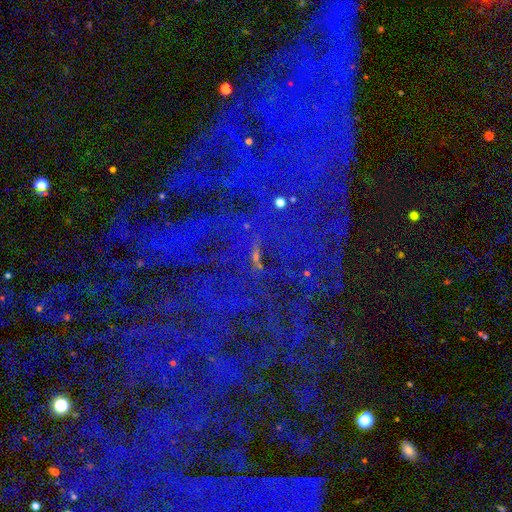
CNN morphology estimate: This is clearly a star or artifact rather than a galaxy (83%).